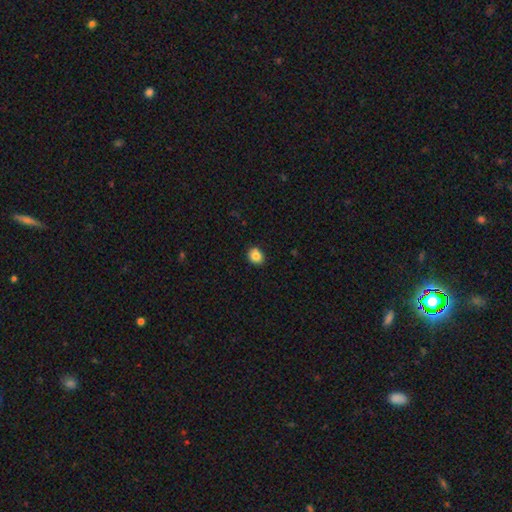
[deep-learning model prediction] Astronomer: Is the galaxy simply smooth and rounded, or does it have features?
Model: smooth — 84%.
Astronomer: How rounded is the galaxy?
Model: round — 70%.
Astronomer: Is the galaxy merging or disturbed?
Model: none — 88%.